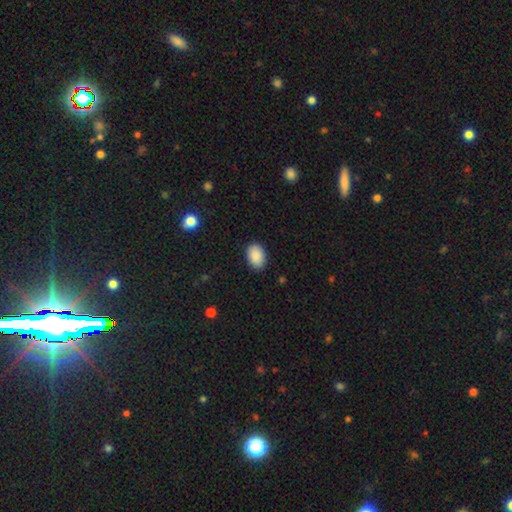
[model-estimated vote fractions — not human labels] Overall: smooth (89%). How rounded: in between (86%). Merging: none (88%).